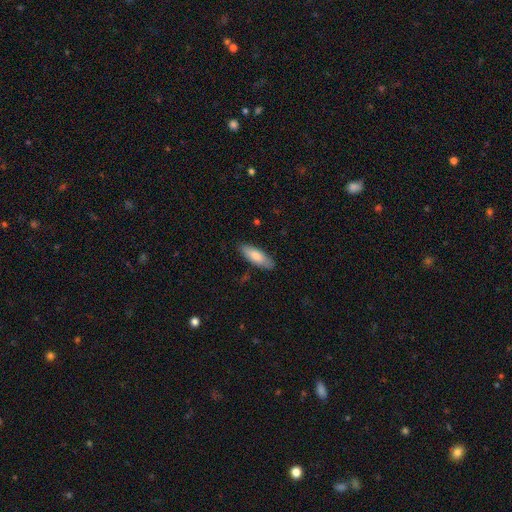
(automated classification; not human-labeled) Overall: smooth (76%). How rounded: in between (63%; cigar-shaped 35%). Merging: none (84%).